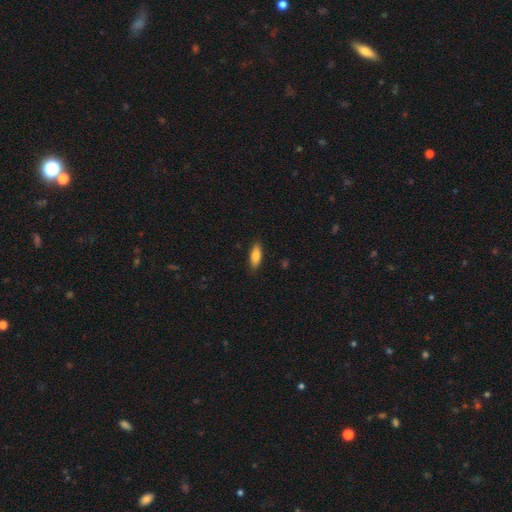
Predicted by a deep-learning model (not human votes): Smooth or featured: smooth — 78% (featured or disk — 16%)
How rounded: in between — 66% (cigar-shaped — 32%)
Merging: none — 88% (minor disturbance — 9%)